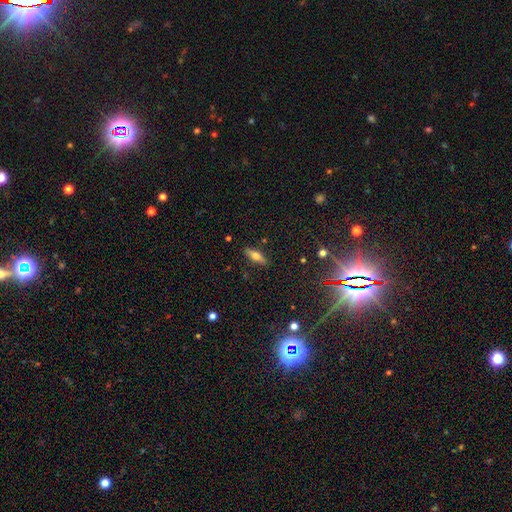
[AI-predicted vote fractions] Q: Smooth or featured?
A: smooth (57%); runner-up: featured or disk (35%)
Q: How rounded?
A: in between (52%); runner-up: cigar-shaped (45%)
Q: Merging?
A: none (87%); runner-up: minor disturbance (9%)